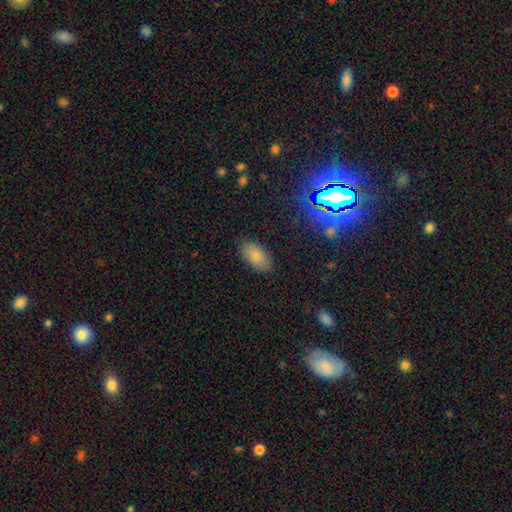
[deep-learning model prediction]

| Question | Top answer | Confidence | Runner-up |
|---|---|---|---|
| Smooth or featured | smooth | 81% | star or artifact (10%) |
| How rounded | in between | 93% | round (4%) |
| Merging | none | 85% | minor disturbance (11%) |